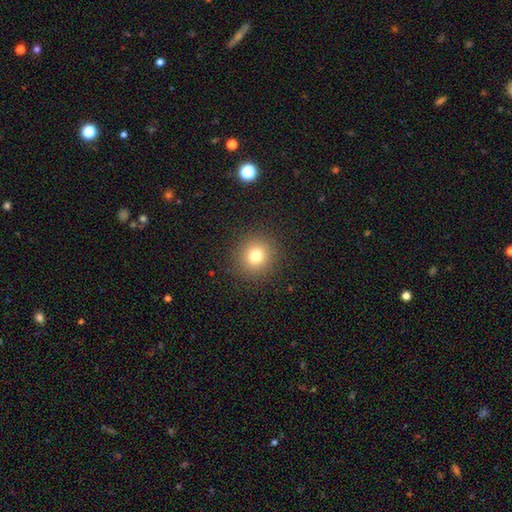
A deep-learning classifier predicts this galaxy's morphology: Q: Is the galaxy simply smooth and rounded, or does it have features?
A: smooth — 77%.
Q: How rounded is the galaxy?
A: round — 92%.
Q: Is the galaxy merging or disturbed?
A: none — 90%.